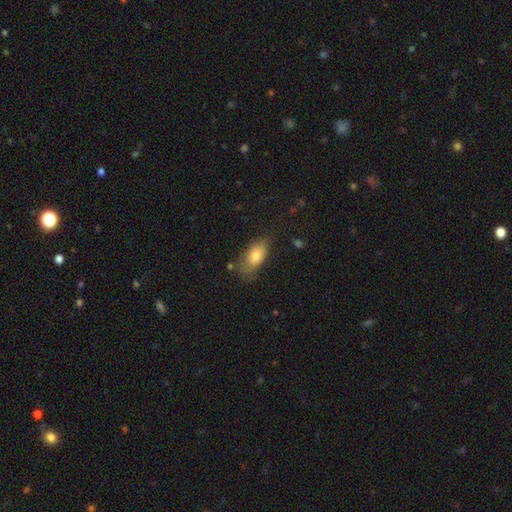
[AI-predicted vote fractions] Smooth or featured? smooth (77%)
How rounded? in between (87%)
Merging? none (63%)